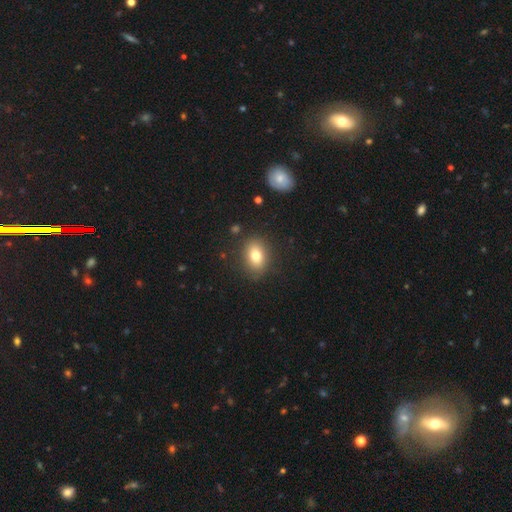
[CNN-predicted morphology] Smooth or featured?
  - smooth: 77% *
  - featured or disk: 12%
  - star or artifact: 10%
How rounded?
  - in between: 71% *
  - round: 27%
  - cigar-shaped: 2%
Merging?
  - none: 85% *
  - minor disturbance: 11%
  - major disturbance: 3%
  - merger: 2%